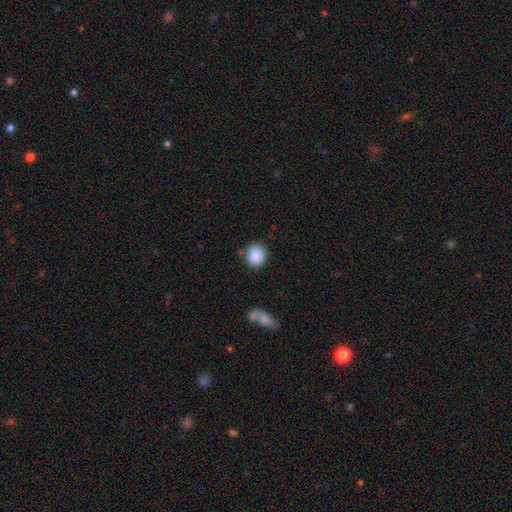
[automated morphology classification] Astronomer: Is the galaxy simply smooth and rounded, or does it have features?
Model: smooth — 88%.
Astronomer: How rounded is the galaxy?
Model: round — 77%.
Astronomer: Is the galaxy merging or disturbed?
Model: none — 75%.